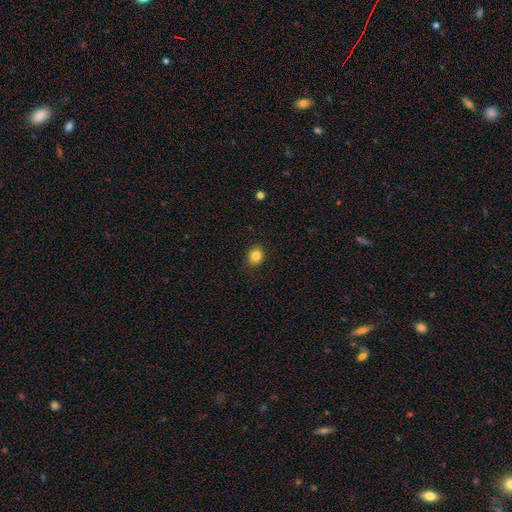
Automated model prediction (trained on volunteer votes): smooth 84%, star or artifact 10%, featured or disk 6%. Down the decision tree: how rounded — round (51%); merging — none (88%).